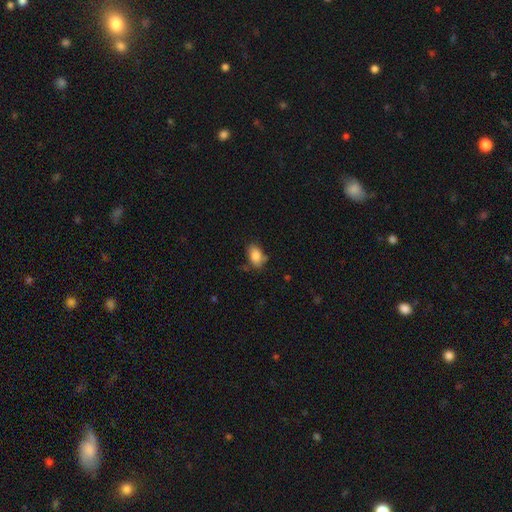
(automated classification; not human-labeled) Smooth or featured: smooth — 85% (star or artifact — 8%)
How rounded: in between — 88% (round — 11%)
Merging: none — 70% (minor disturbance — 21%)